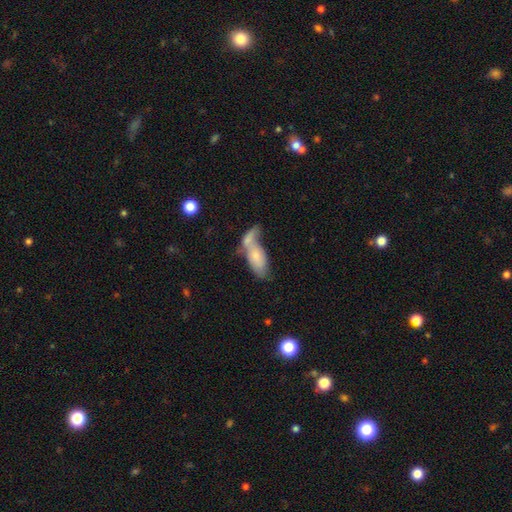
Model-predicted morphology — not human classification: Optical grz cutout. It shows a smooth galaxy with no disk features (70%) that is in between round and cigar-shaped (85%). Merging: merger (58%).